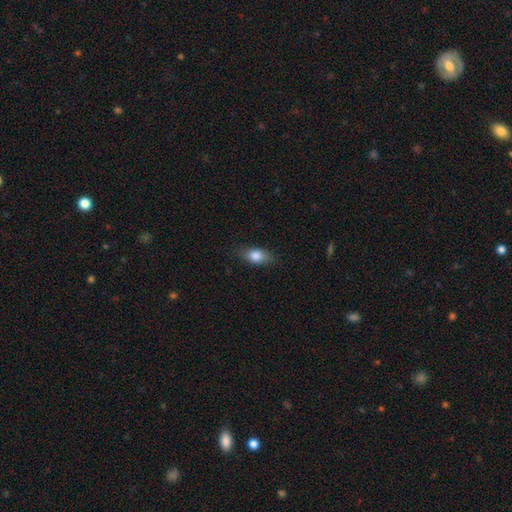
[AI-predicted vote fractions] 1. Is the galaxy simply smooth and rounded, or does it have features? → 81% smooth, 12% featured or disk, 8% star or artifact.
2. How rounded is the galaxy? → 81% in between, 12% round, 8% cigar-shaped.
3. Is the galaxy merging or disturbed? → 79% none, 16% minor disturbance, 4% major disturbance, 1% merger.